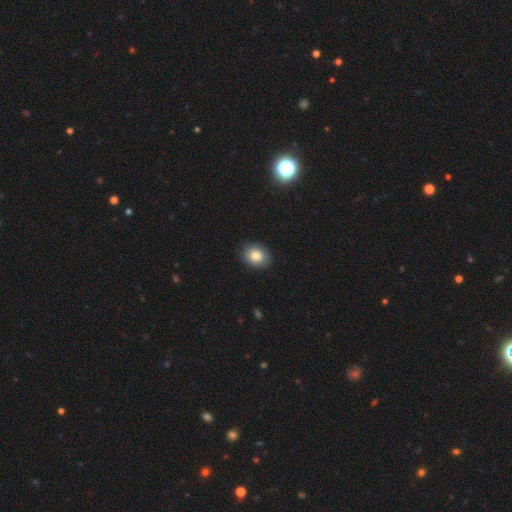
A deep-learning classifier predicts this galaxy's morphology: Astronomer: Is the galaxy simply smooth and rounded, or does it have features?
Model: smooth — 83%.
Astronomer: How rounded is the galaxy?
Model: in between — 61% (runner-up: round, 39%).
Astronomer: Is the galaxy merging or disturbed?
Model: none — 87%.